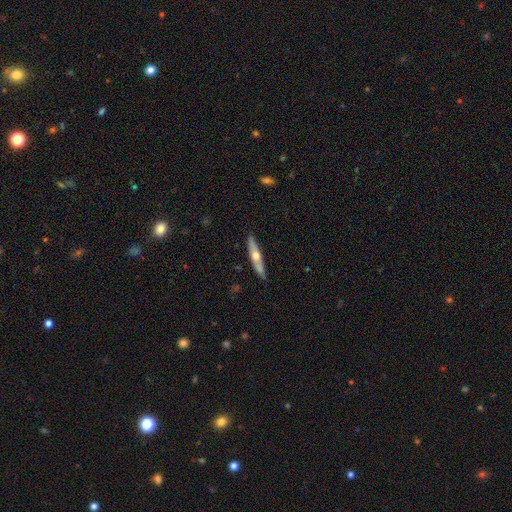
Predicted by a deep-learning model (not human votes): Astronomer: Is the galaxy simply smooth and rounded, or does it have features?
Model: featured or disk — 55% (runner-up: smooth, 39%).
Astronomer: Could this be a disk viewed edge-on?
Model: yes — 90%.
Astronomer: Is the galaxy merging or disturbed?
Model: none — 87%.